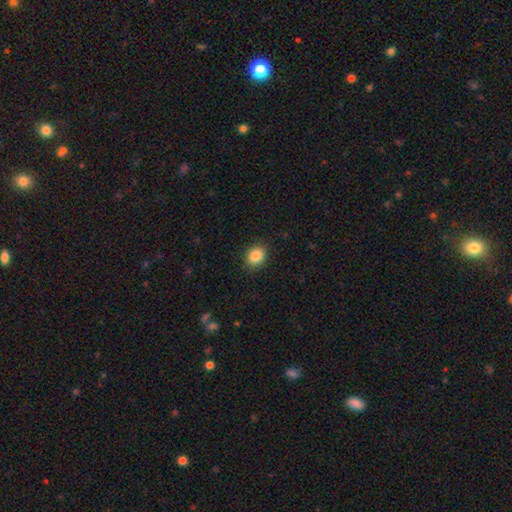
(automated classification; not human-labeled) The model was most divided on "how rounded": in between: 54%, round: 45%, cigar-shaped: 1%. More confident: merging — none (88%); smooth or featured — smooth (86%).